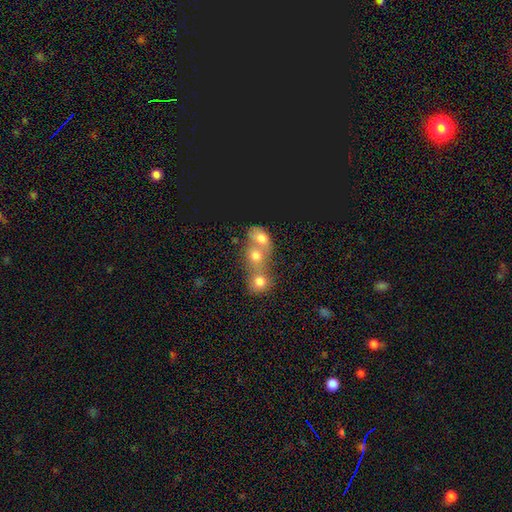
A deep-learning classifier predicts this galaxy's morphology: Smooth or featured: smooth — 67% (featured or disk — 17%)
How rounded: round — 64% (in between — 34%)
Merging: merger — 65% (none — 25%)